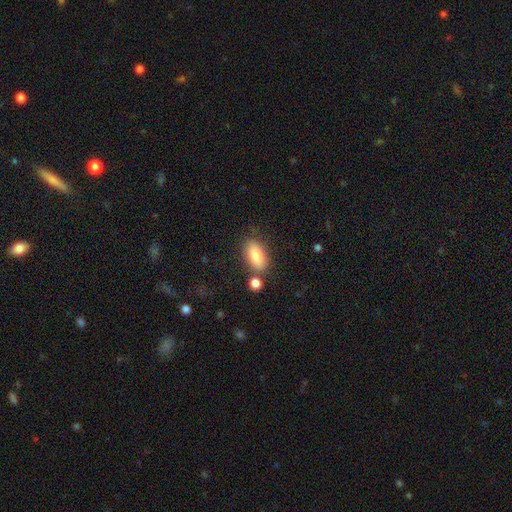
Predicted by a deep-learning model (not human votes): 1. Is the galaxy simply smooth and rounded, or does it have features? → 84% smooth, 9% featured or disk, 7% star or artifact.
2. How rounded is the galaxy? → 90% in between, 6% cigar-shaped, 4% round.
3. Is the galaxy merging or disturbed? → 72% none, 13% minor disturbance, 11% merger, 4% major disturbance.